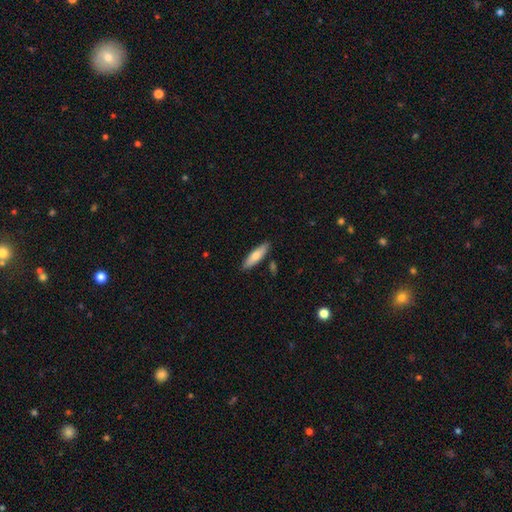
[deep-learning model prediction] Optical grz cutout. It shows a smooth galaxy with no disk features (73%) that is cigar-shaped (61%). Merging: none (85%).